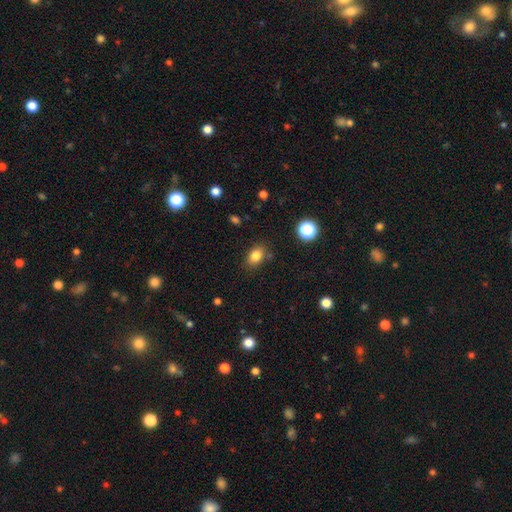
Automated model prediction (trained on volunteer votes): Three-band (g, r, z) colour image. It shows a smooth galaxy with no disk features (83%) that is in between round and cigar-shaped (74%). Merging: none (80%).